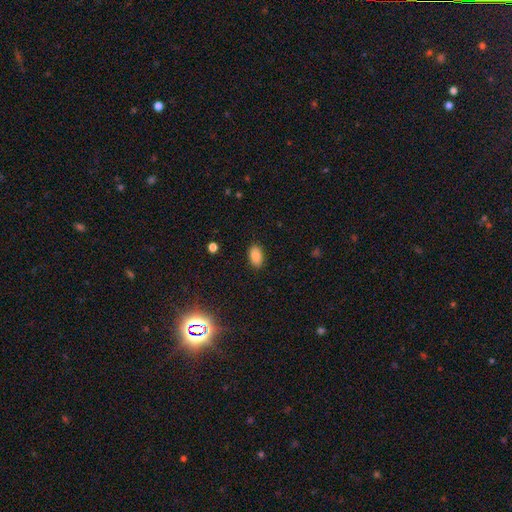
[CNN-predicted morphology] Overall: smooth (87%). How rounded: in between (92%). Merging: none (87%).